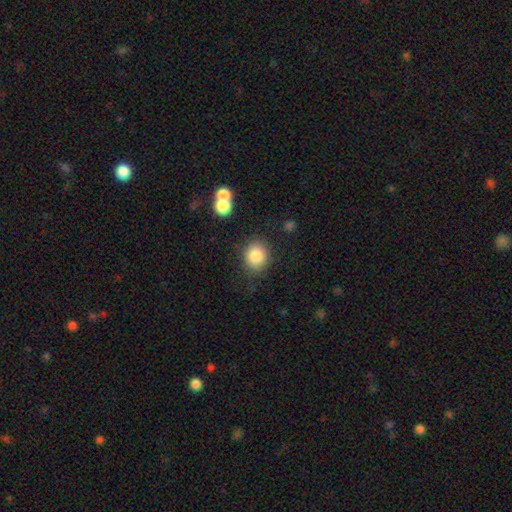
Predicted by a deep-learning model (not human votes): smooth 84%, star or artifact 9%, featured or disk 7%. Down the decision tree: how rounded — round (72%); merging — none (81%).